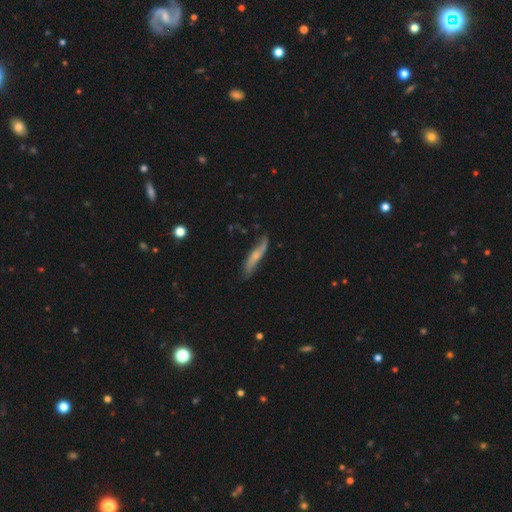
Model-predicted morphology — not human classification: smooth_or_featured: featured or disk (p=0.55) [alt: smooth p=0.39]
disk_edge_on: no (p=0.54) [alt: yes p=0.46]
merging: none (p=0.64) [alt: minor disturbance p=0.27]